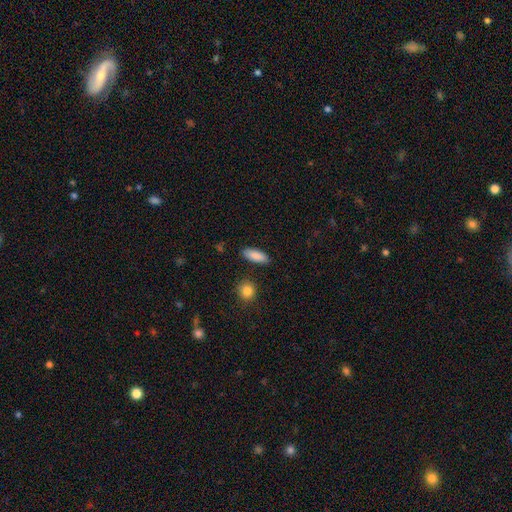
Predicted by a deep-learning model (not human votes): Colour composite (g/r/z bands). It shows a smooth galaxy with no disk features (88%) that is in between round and cigar-shaped (70%). Merging: none (87%).